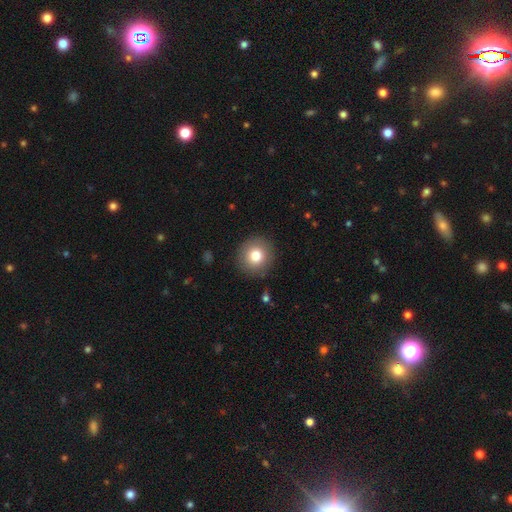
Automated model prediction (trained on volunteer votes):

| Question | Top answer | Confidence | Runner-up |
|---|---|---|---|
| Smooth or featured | smooth | 80% | featured or disk (11%) |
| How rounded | round | 92% | in between (7%) |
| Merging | none | 89% | minor disturbance (7%) |